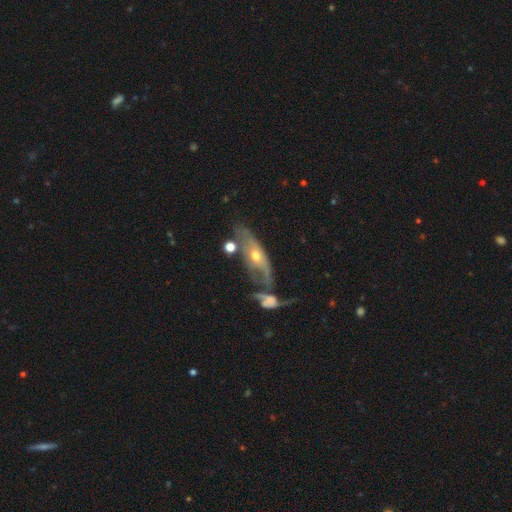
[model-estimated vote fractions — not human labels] Smooth or featured? Predicted: featured or disk (p=0.73). Edge-on disk? Predicted: no (p=0.68). Merging? Predicted: merger (p=0.34, tied with none).